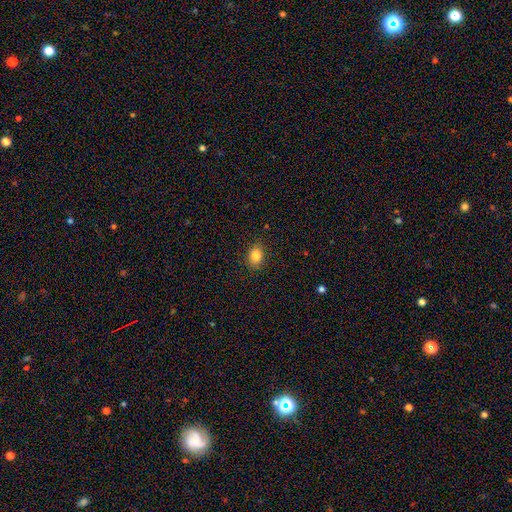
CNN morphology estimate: Smooth or featured: smooth — 84% (star or artifact — 10%)
How rounded: in between — 65% (round — 34%)
Merging: none — 88% (minor disturbance — 9%)